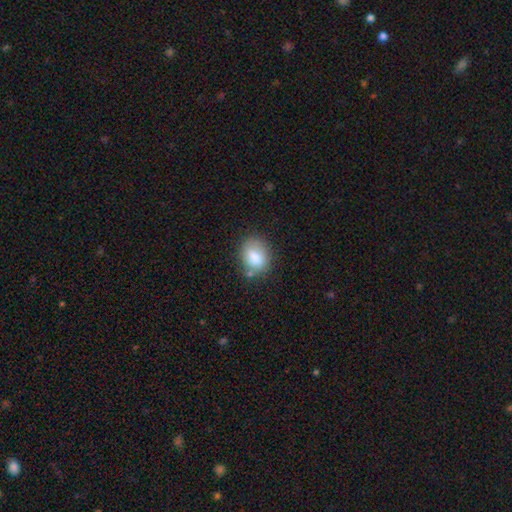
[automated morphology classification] smooth_or_featured: smooth (p=0.82) [alt: featured or disk p=0.10]
how_rounded: in between (p=0.56) [alt: round p=0.42]
merging: none (p=0.68) [alt: minor disturbance p=0.20]